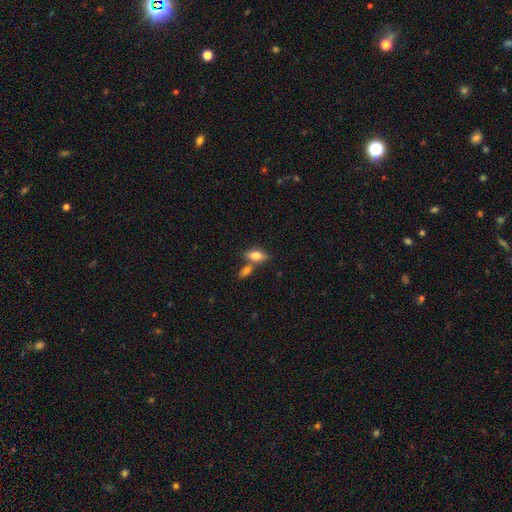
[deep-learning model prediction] This appears to be a smooth galaxy with no disk features (76%) that is in between round and cigar-shaped (85%). Merging: none (54%).